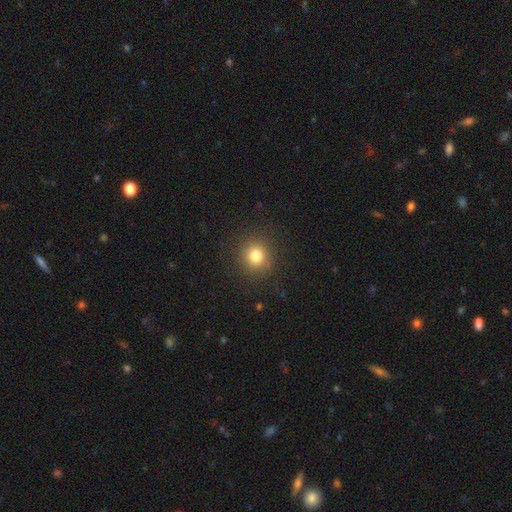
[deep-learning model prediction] Q: Smooth or featured?
A: smooth (81%); runner-up: star or artifact (13%)
Q: How rounded?
A: round (87%); runner-up: in between (12%)
Q: Merging?
A: none (88%); runner-up: minor disturbance (8%)